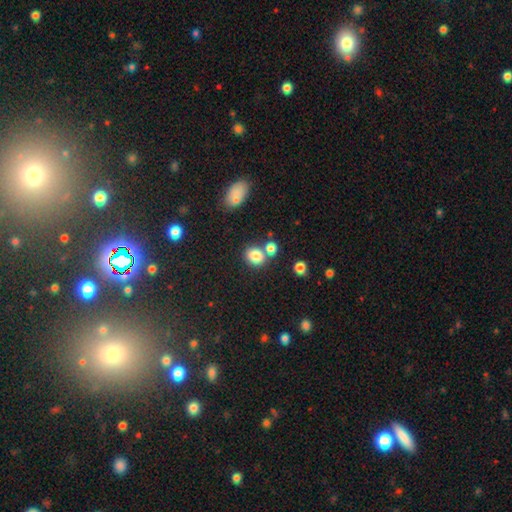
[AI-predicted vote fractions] smooth 81%, star or artifact 12%, featured or disk 7%. Down the decision tree: how rounded — round (68%); merging — none (62%).